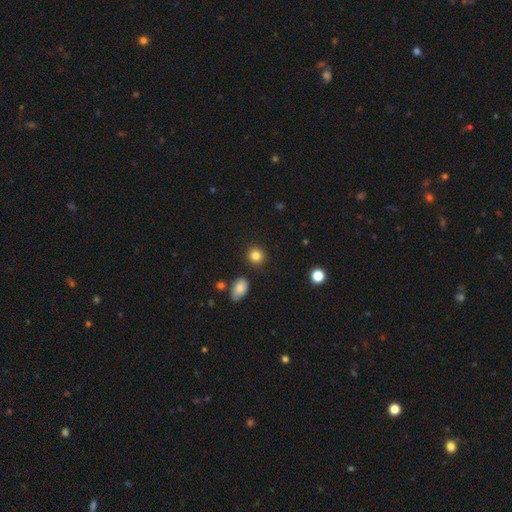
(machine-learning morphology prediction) A smooth galaxy with no disk features (85%) that is round (88%). Merging: none (89%).